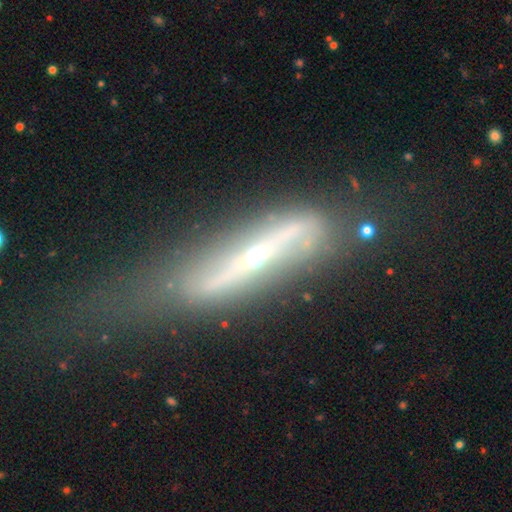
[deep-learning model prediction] Smooth or featured: featured or disk — 76% (smooth — 17%)
Edge-on disk: yes — 53% (no — 47%)
Merging: none — 34% (major disturbance — 32%)